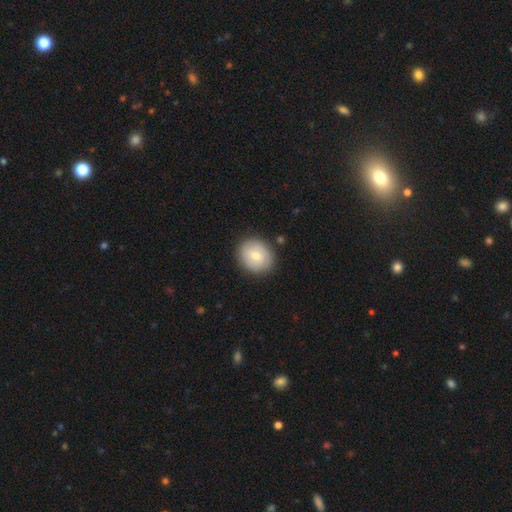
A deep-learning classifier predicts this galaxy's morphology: Smooth or featured? Predicted: smooth (p=0.66). How rounded? Predicted: round (p=0.74). Merging? Predicted: none (p=0.86).